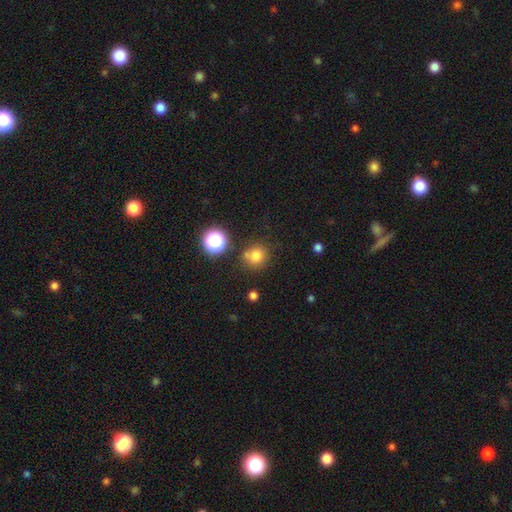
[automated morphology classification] Overall: smooth (76%). How rounded: round (89%). Merging: none (74%).